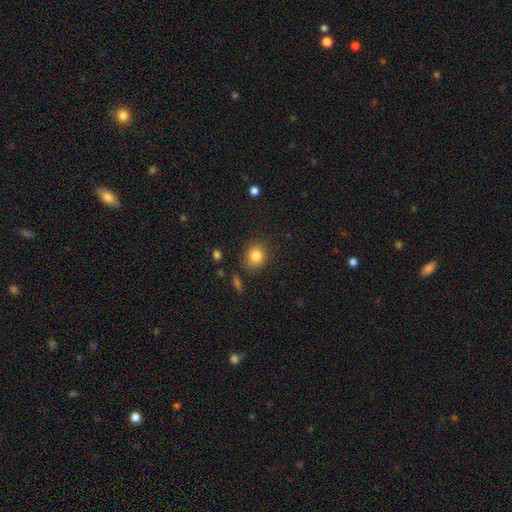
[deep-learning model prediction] Smooth or featured? smooth (83%)
How rounded? round (67%)
Merging? none (85%)